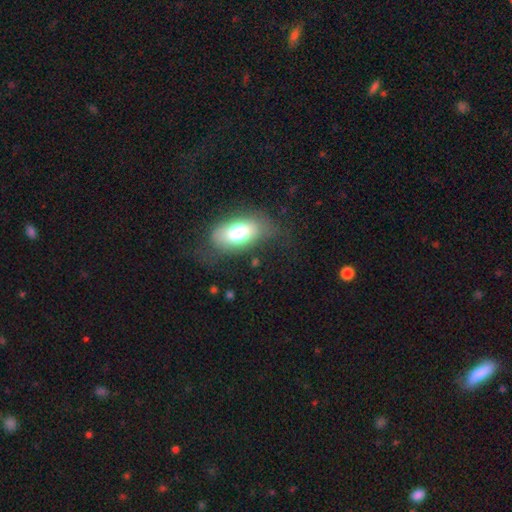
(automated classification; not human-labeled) smooth 60%, featured or disk 29%, star or artifact 11%. Down the decision tree: how rounded — in between (87%); merging — none (61%).